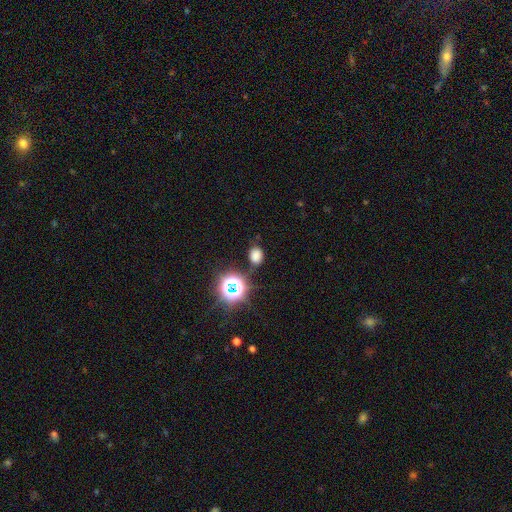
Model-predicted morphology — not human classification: type=smooth (70%); roundness=in between (54%); merging=none (78%).